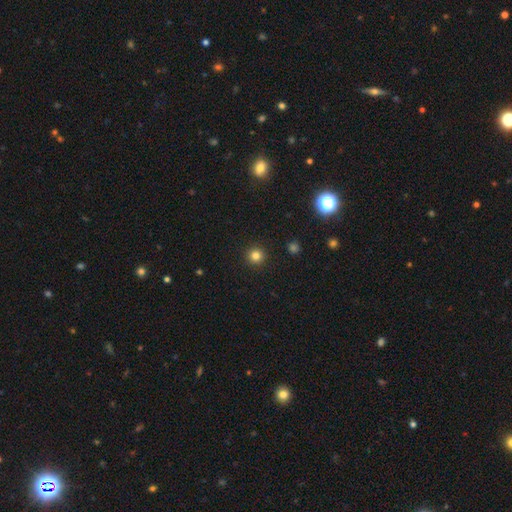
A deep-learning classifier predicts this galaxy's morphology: Smooth or featured?
  - smooth: 81% *
  - star or artifact: 14%
  - featured or disk: 5%
How rounded?
  - round: 95% *
  - in between: 4%
  - cigar-shaped: 1%
Merging?
  - none: 92% *
  - minor disturbance: 5%
  - major disturbance: 2%
  - merger: 1%